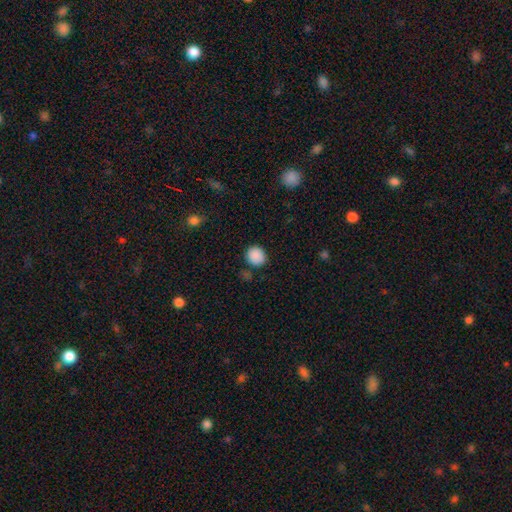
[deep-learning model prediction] Smooth or featured? Predicted: smooth (p=0.88). How rounded? Predicted: round (p=0.82). Merging? Predicted: none (p=0.83).